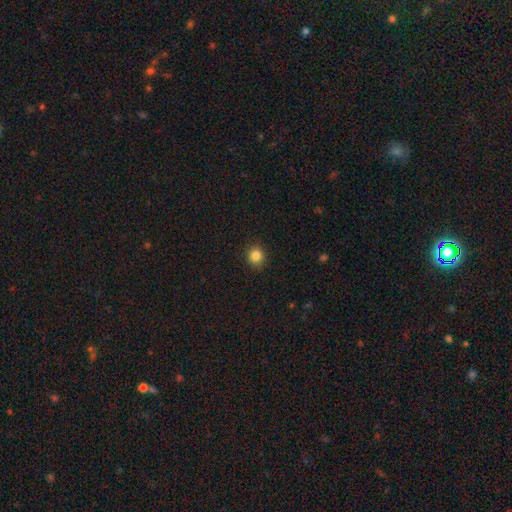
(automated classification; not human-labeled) The model was most divided on "smooth or featured": smooth: 85%, star or artifact: 11%, featured or disk: 4%. More confident: merging — none (90%); how rounded — round (88%).